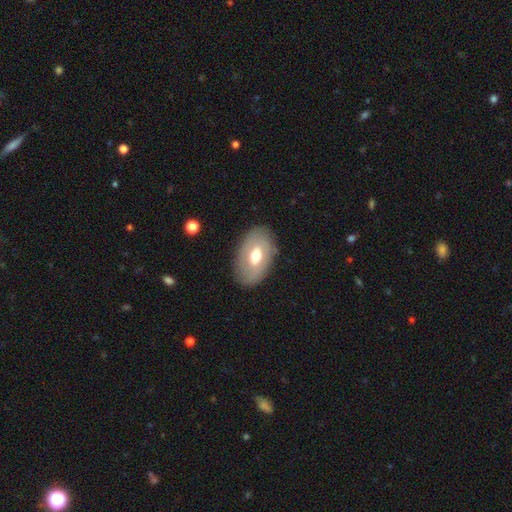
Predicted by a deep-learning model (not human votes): This appears to be a smooth galaxy with no disk features (55%) that is in between round and cigar-shaped (91%). Merging: none (83%).